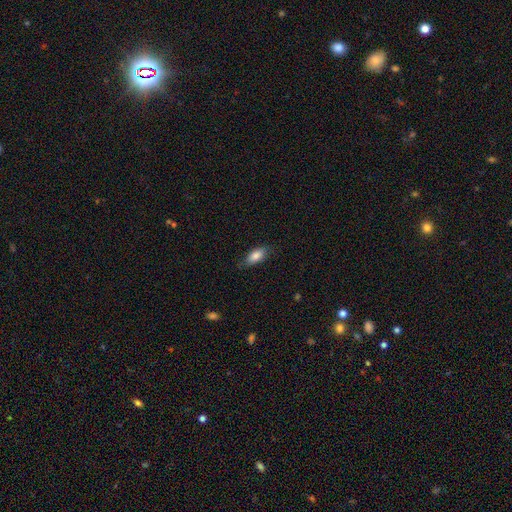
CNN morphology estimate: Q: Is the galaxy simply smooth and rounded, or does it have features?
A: smooth — 83%.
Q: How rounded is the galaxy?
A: in between — 83%.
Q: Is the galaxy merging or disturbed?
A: none — 79%.